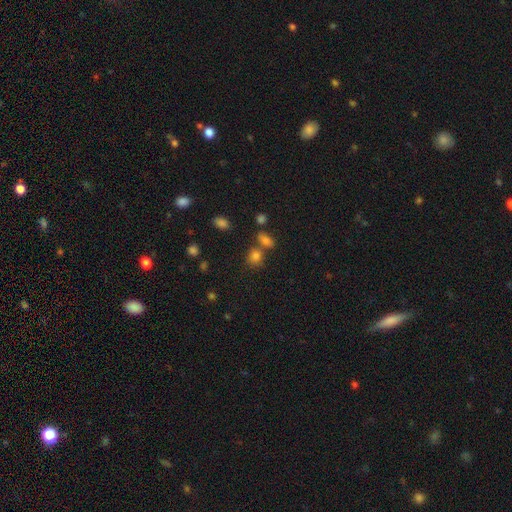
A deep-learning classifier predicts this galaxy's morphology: smooth-or-featured: smooth: 76% | star or artifact: 16% | featured or disk: 8%
  how-rounded: round: 66% | in between: 32% | cigar-shaped: 2%
  merging: none: 61% | merger: 25% | minor disturbance: 11% | major disturbance: 4%